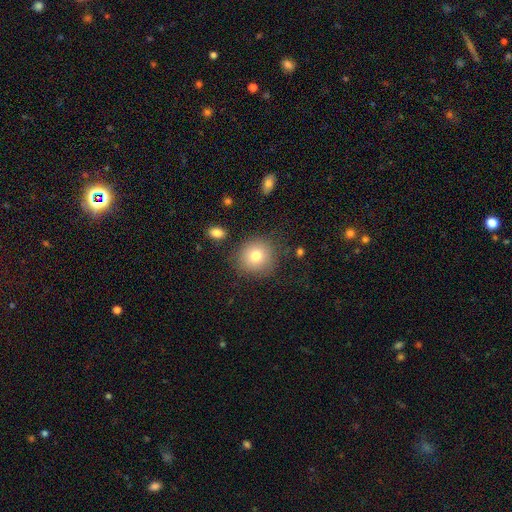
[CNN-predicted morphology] A smooth galaxy with no disk features (78%) that is round (88%).

Vote fractions:
- Smooth or featured? smooth: 78% / featured or disk: 11% / star or artifact: 11%
- How rounded? round: 88% / in between: 11% / cigar-shaped: 1%
- Merging? none: 83% / minor disturbance: 11% / major disturbance: 4% / merger: 3%